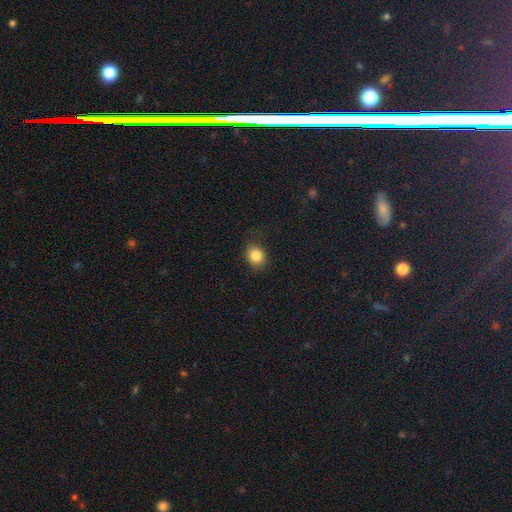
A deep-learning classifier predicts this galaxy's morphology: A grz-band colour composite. It shows a smooth galaxy with no disk features (84%) that is round (55%). Merging: none (80%).